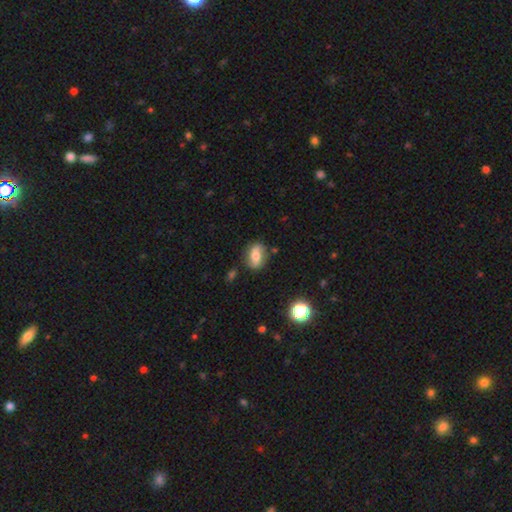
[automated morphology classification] Q: Smooth or featured?
A: smooth (53%); runner-up: featured or disk (38%)
Q: How rounded?
A: in between (71%); runner-up: round (26%)
Q: Merging?
A: none (77%); runner-up: minor disturbance (16%)